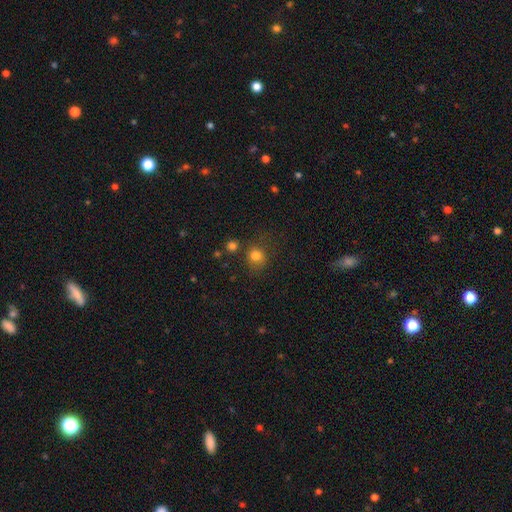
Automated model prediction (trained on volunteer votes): smooth_or_featured: smooth (p=0.79) [alt: star or artifact p=0.14]
how_rounded: round (p=0.81) [alt: in between p=0.18]
merging: none (p=0.70) [alt: minor disturbance p=0.15]